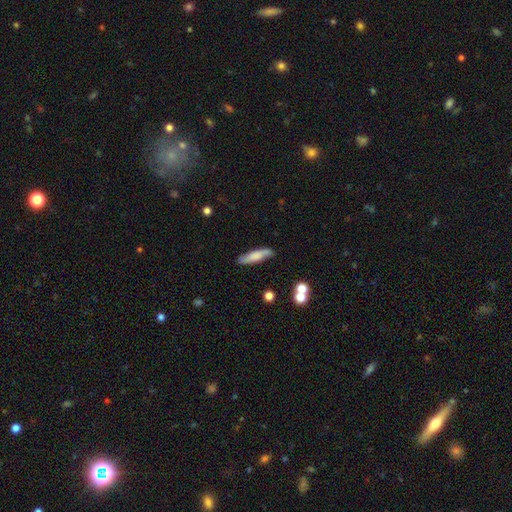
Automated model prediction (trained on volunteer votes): This appears to be a smooth galaxy with no disk features (64%) that is cigar-shaped (75%). Merging: none (82%).